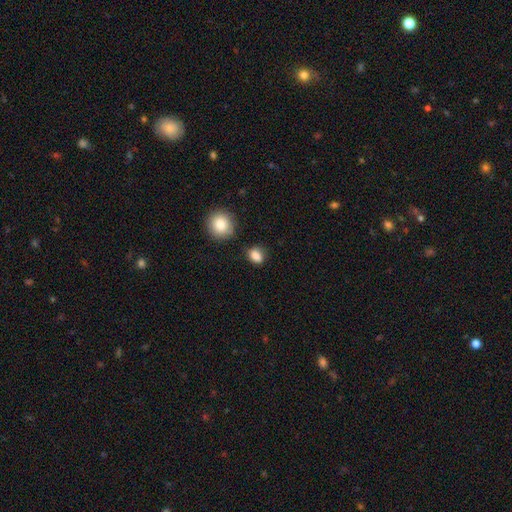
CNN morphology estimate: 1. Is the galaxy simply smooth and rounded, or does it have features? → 84% smooth, 10% star or artifact, 5% featured or disk.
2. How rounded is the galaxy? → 58% in between, 40% round, 2% cigar-shaped.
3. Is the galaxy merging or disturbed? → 72% none, 17% minor disturbance, 6% merger, 5% major disturbance.